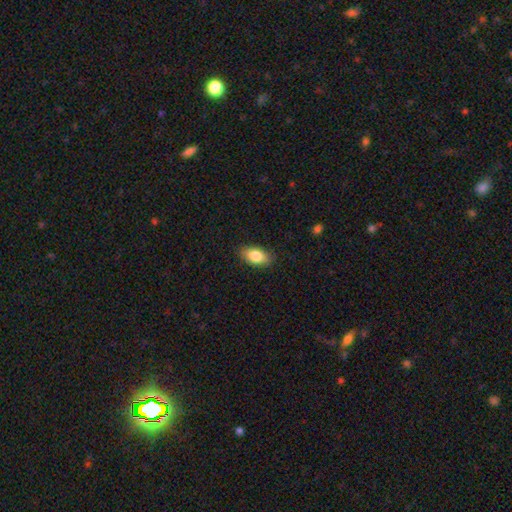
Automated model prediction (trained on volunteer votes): Smooth or featured? Predicted: smooth (p=0.84). How rounded? Predicted: in between (p=0.91). Merging? Predicted: none (p=0.86).